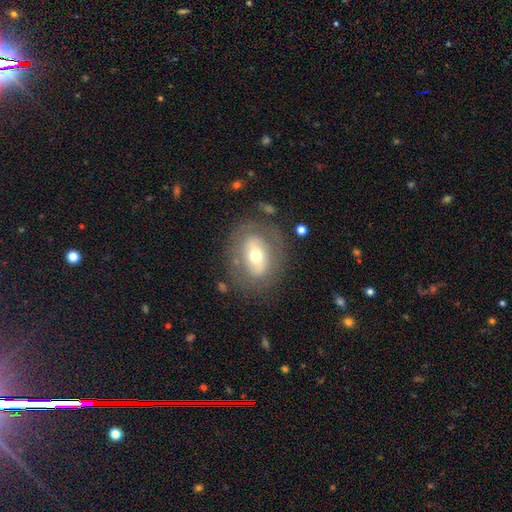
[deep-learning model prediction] Smooth or featured? featured or disk (53%)
Edge-on disk? no (91%)
Merging? none (74%)